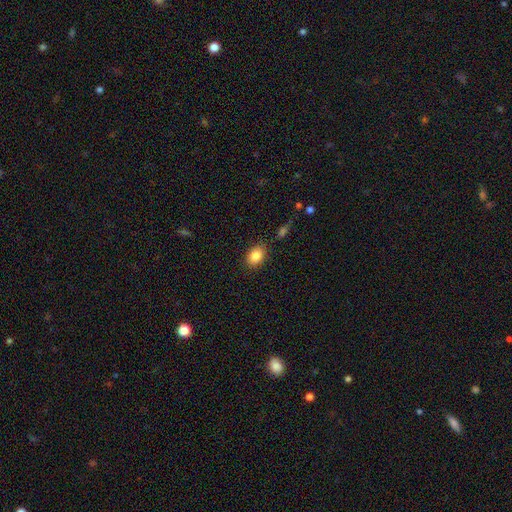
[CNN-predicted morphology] A smooth galaxy with no disk features (85%) that is in between round and cigar-shaped (75%). Merging: none (83%).